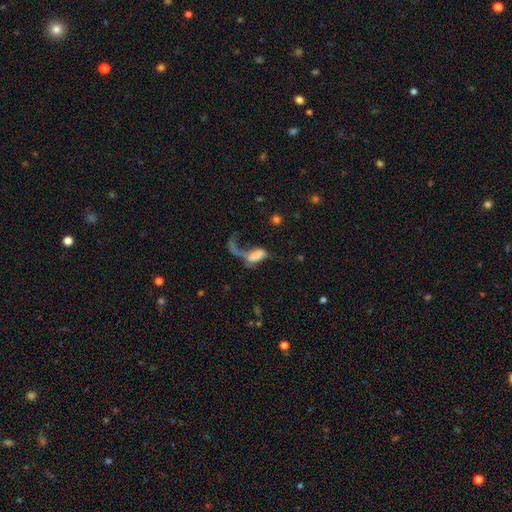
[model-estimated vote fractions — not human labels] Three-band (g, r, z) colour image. It shows a smooth galaxy with no disk features (52%) that is in between round and cigar-shaped (80%). Merging: major disturbance (57%).